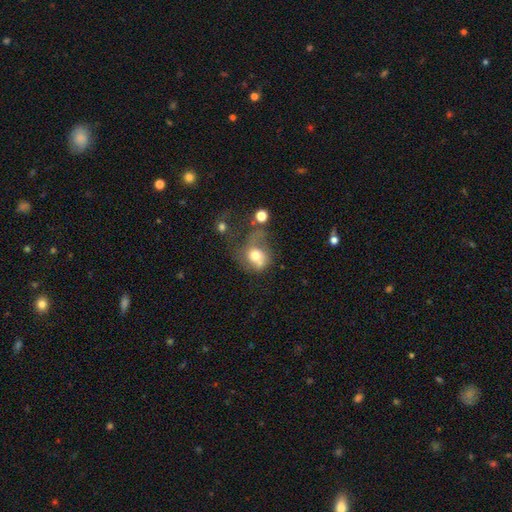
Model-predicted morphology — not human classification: This is likely a smooth galaxy (62%). How rounded: likely round (62%). Merging: marginally major disturbance (34%).